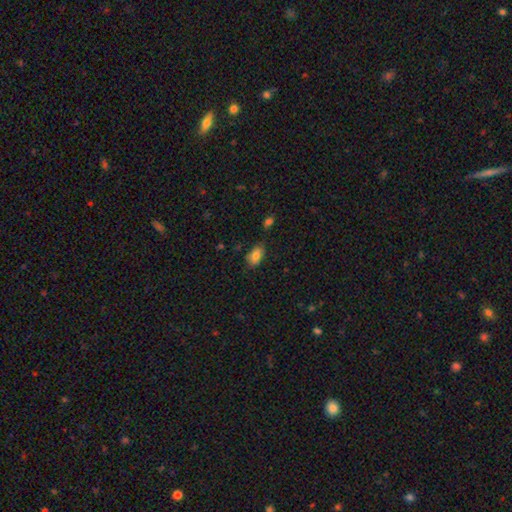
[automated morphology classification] type=smooth (82%); roundness=in between (91%); merging=none (70%).